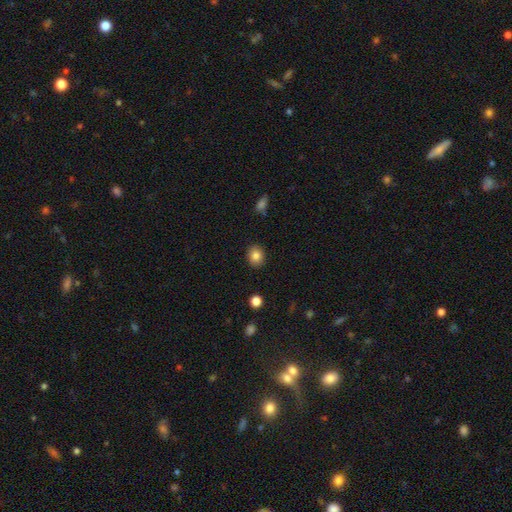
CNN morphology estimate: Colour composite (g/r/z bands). It shows a smooth galaxy with no disk features (84%) that is round (61%). Merging: none (89%).